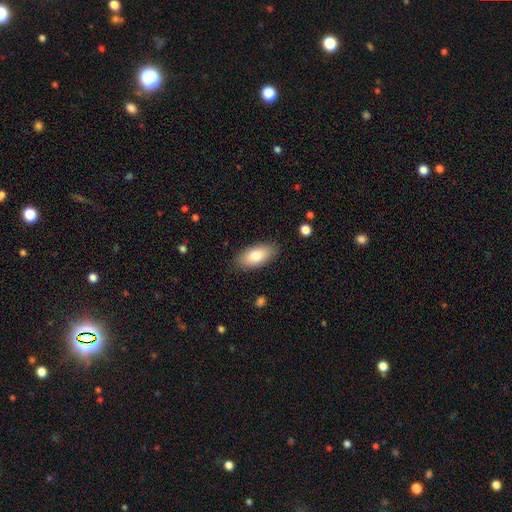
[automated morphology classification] The model was most divided on "smooth or featured": smooth: 81%, featured or disk: 13%, star or artifact: 6%. More confident: how rounded — in between (89%); merging — none (86%).